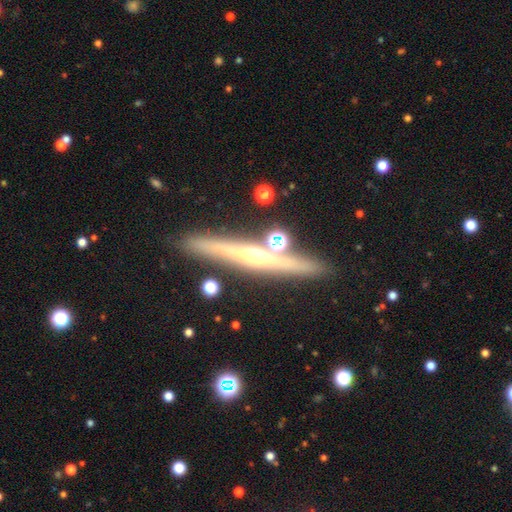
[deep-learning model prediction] Q: Smooth or featured?
A: featured or disk (72%); runner-up: smooth (19%)
Q: Edge-on disk?
A: yes (96%); runner-up: no (4%)
Q: Edge-on bulge?
A: rounded (88%); runner-up: none (9%)
Q: Merging?
A: none (82%); runner-up: minor disturbance (8%)